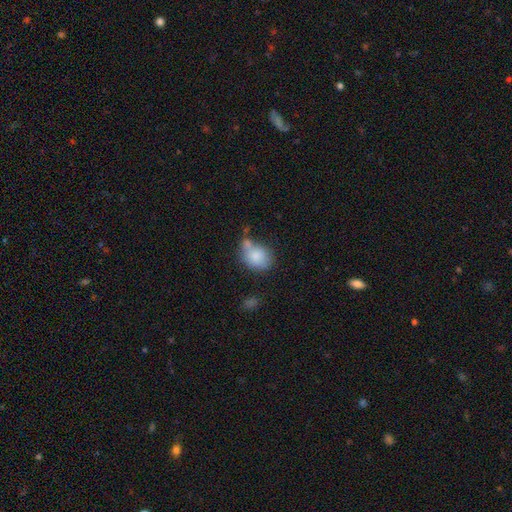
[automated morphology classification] This is clearly a smooth galaxy (82%). How rounded: possibly in between (52%). Merging: marginally none (42%).